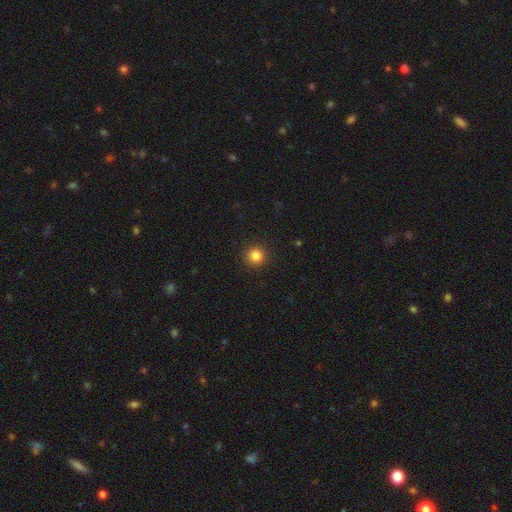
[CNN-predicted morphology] Smooth or featured? smooth (84%)
How rounded? round (95%)
Merging? none (92%)